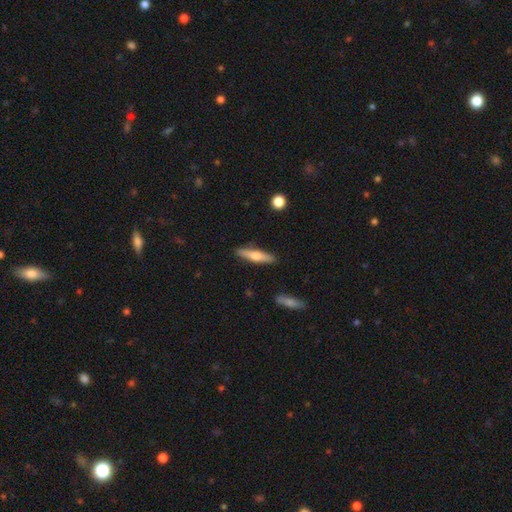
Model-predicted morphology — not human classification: Smooth or featured?
  - smooth: 54% *
  - featured or disk: 41%
  - star or artifact: 6%
How rounded?
  - cigar-shaped: 80% *
  - in between: 18%
  - round: 2%
Merging?
  - none: 88% *
  - minor disturbance: 8%
  - major disturbance: 2%
  - merger: 2%